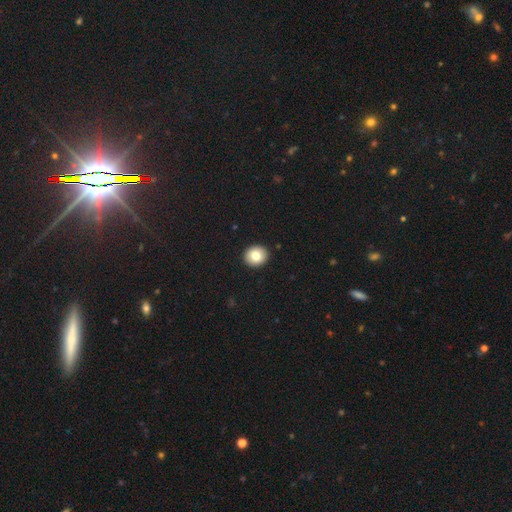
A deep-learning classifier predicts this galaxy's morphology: smooth_or_featured: smooth (p=0.82) [alt: featured or disk p=0.09]
how_rounded: round (p=0.78) [alt: in between p=0.21]
merging: none (p=0.93) [alt: minor disturbance p=0.05]